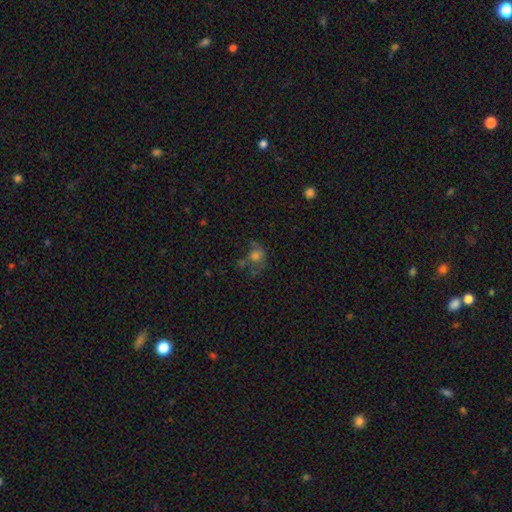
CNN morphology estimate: The model was most divided on "merging": none: 36%, major disturbance: 24%, minor disturbance: 23%, merger: 17%. More confident: smooth or featured — smooth (60%); how rounded — round (60%).